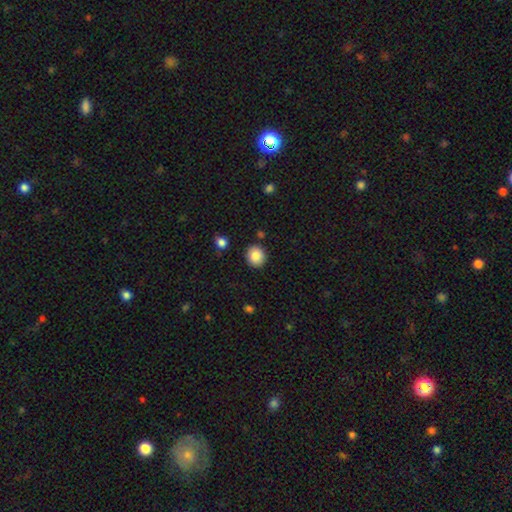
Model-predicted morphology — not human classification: Smooth or featured: smooth — 85% (star or artifact — 9%)
How rounded: round — 85% (in between — 14%)
Merging: none — 89% (minor disturbance — 7%)